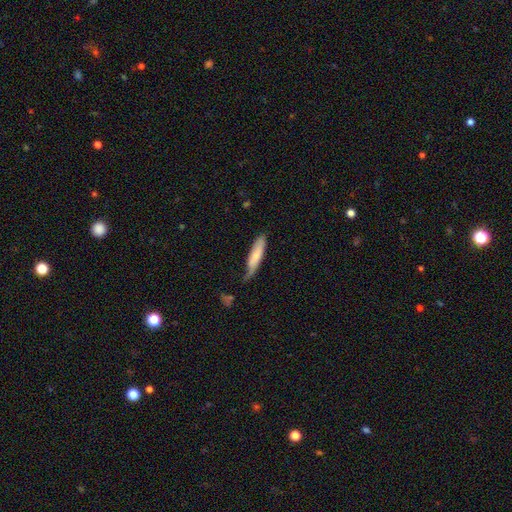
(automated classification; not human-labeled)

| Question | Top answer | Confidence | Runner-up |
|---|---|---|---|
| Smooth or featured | smooth | 72% | featured or disk (23%) |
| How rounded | cigar-shaped | 76% | in between (23%) |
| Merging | none | 49% | minor disturbance (35%) |